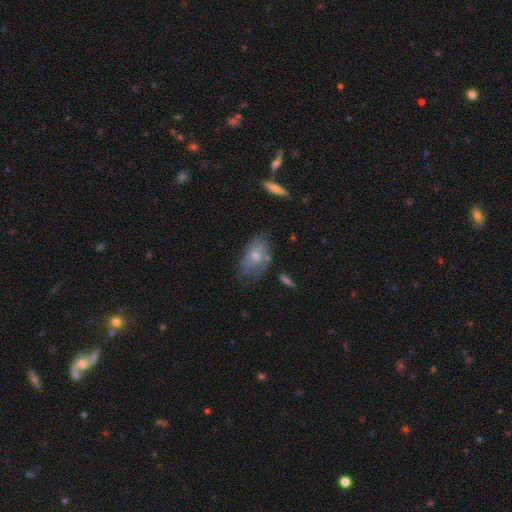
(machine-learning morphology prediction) Smooth or featured? Predicted: smooth (p=0.45). Merging? Predicted: none (p=0.57).